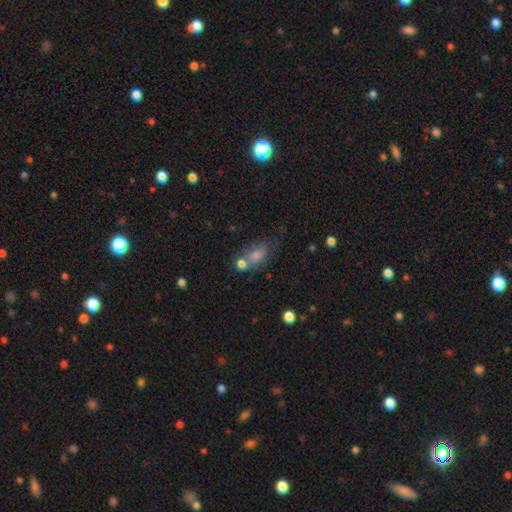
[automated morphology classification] type=smooth (72%); roundness=in between (79%); merging=none (41%).